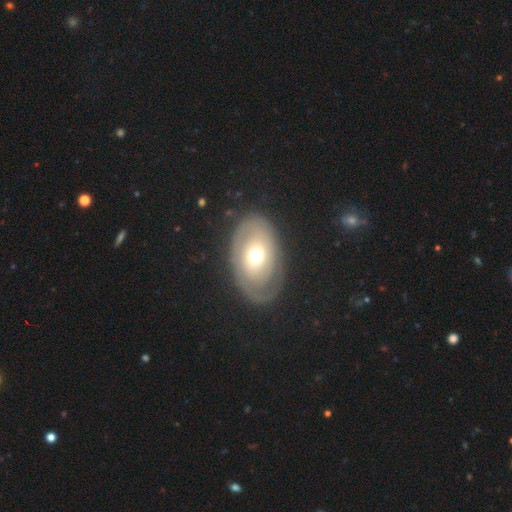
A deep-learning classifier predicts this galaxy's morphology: This is possibly a featured or disk galaxy (52%). It is clearly not viewed edge-on (92%). Merging: likely none (74%).